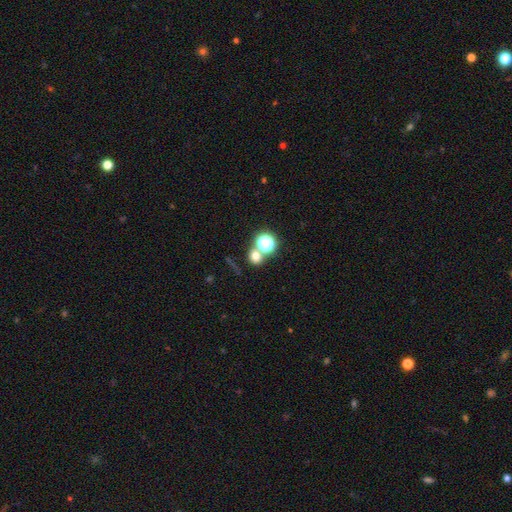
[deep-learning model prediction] Morphology: type=smooth (64%); roundness=round (81%); merging=none (58%).